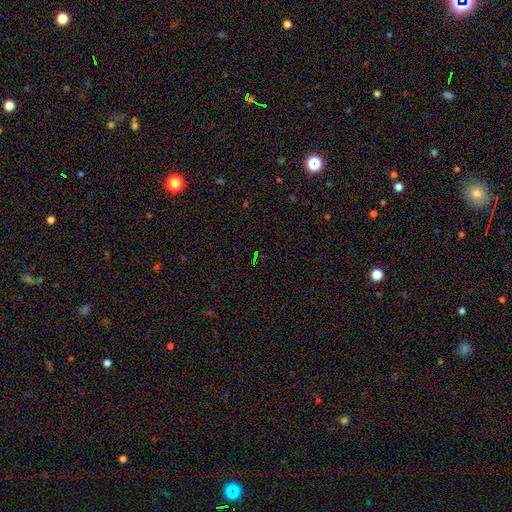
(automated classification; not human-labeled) The model was most divided on "smooth or featured": star or artifact: 76%, smooth: 14%, featured or disk: 10%.